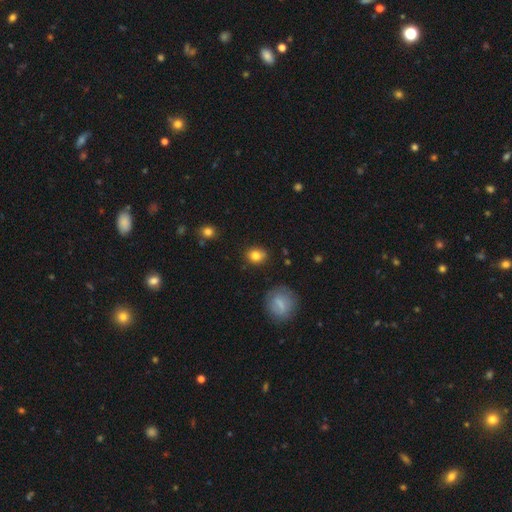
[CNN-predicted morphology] smooth_or_featured: smooth (p=0.80) [alt: star or artifact p=0.11]
how_rounded: round (p=0.65) [alt: in between p=0.34]
merging: none (p=0.83) [alt: minor disturbance p=0.12]